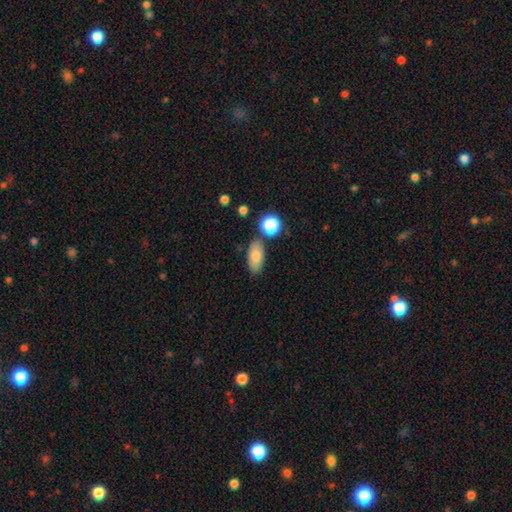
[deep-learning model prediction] Smooth or featured?
  - smooth: 80% *
  - featured or disk: 11%
  - star or artifact: 9%
How rounded?
  - in between: 88% *
  - cigar-shaped: 6%
  - round: 6%
Merging?
  - none: 79% *
  - minor disturbance: 12%
  - merger: 6%
  - major disturbance: 3%